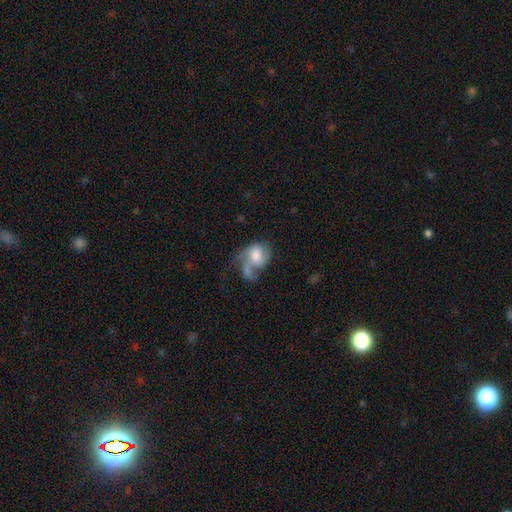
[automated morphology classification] Smooth or featured? Predicted: smooth (p=0.47). Merging? Predicted: major disturbance (p=0.32).